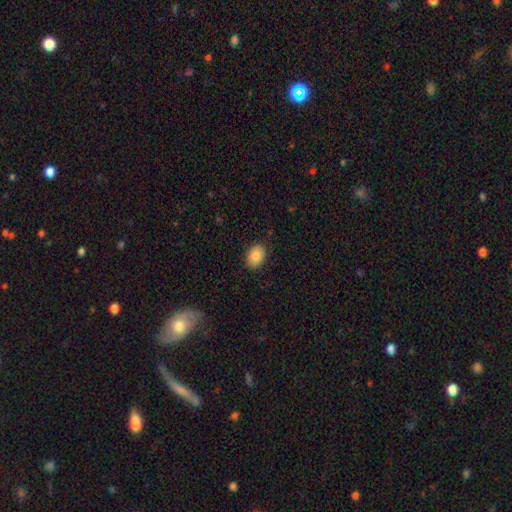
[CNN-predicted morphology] The model was most divided on "how rounded": in between: 75%, round: 24%, cigar-shaped: 1%. More confident: merging — none (88%); smooth or featured — smooth (84%).